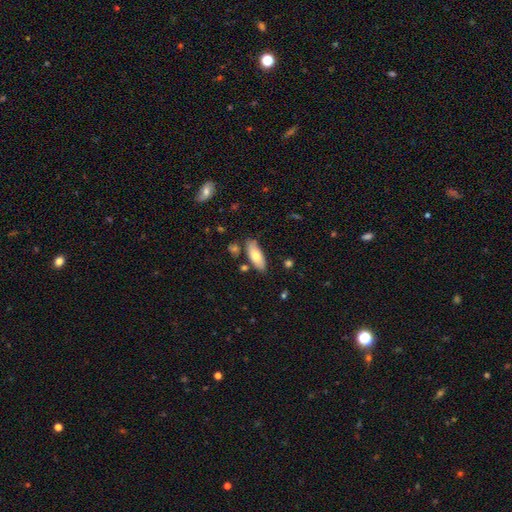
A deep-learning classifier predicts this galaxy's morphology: Q: Smooth or featured?
A: smooth (74%); runner-up: featured or disk (20%)
Q: How rounded?
A: in between (76%); runner-up: cigar-shaped (22%)
Q: Merging?
A: none (79%); runner-up: minor disturbance (13%)